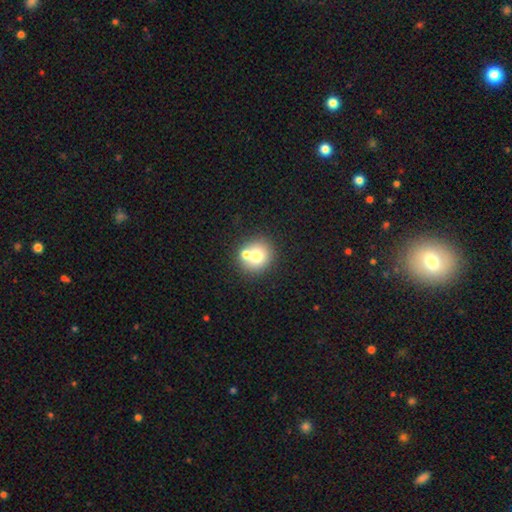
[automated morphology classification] smooth 69%, featured or disk 18%, star or artifact 12%. Down the decision tree: how rounded — round (87%); merging — none (58%).